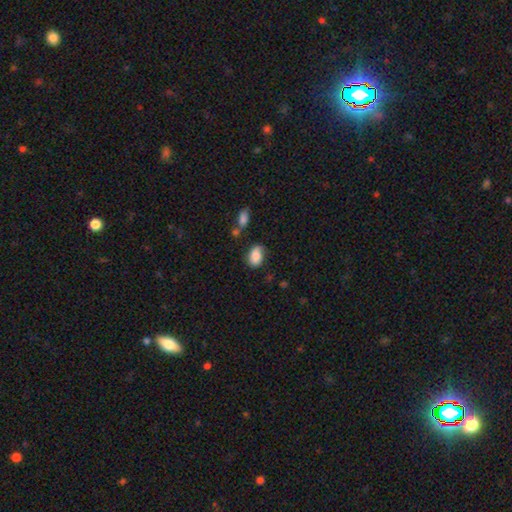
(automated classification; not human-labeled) Morphology: type=smooth (83%); roundness=in between (87%); merging=none (65%).